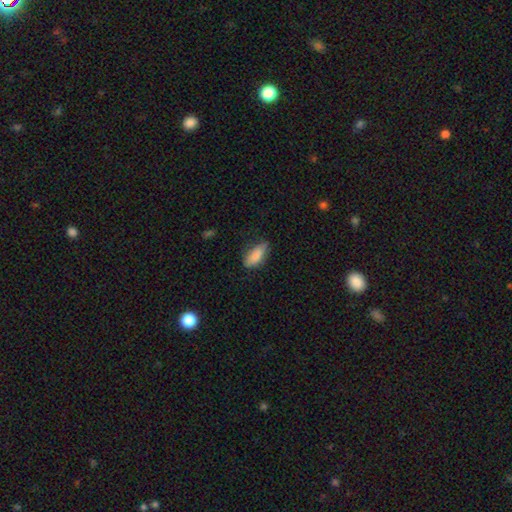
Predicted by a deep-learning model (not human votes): smooth 84%, featured or disk 9%, star or artifact 7%. Down the decision tree: how rounded — in between (80%); merging — none (67%).